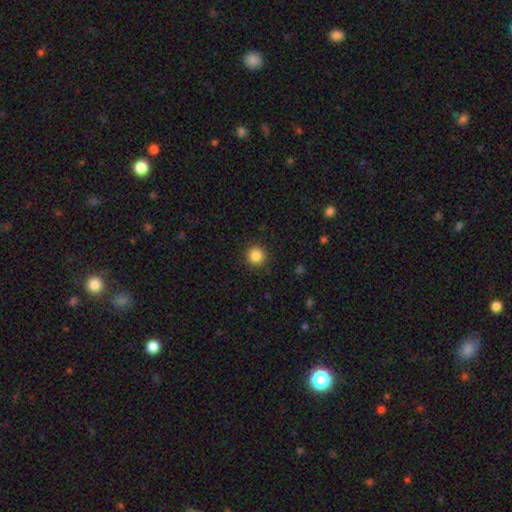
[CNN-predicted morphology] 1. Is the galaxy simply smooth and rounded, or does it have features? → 86% smooth, 11% star or artifact, 4% featured or disk.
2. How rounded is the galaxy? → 95% round, 4% in between, 1% cigar-shaped.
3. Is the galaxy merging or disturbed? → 91% none, 6% minor disturbance, 2% major disturbance, 1% merger.